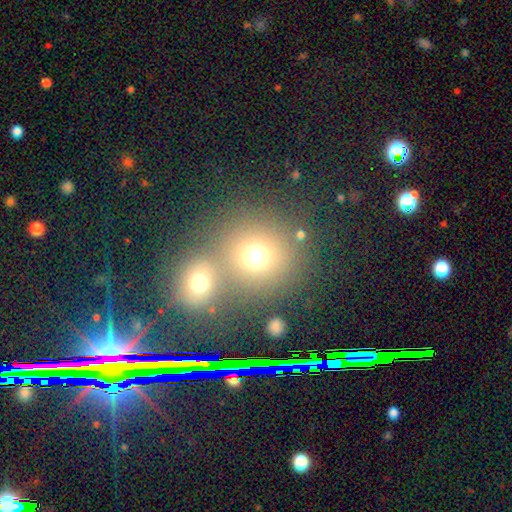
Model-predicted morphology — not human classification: The model was most divided on "merging": merger: 45%, none: 44%, minor disturbance: 6%, major disturbance: 4%. More confident: how rounded — round (85%); smooth or featured — smooth (72%).